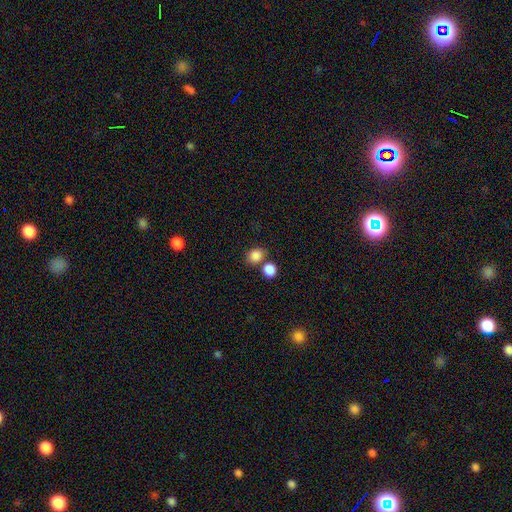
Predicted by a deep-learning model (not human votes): Smooth or featured: smooth — 85% (star or artifact — 10%)
How rounded: round — 65% (in between — 34%)
Merging: none — 59% (merger — 27%)